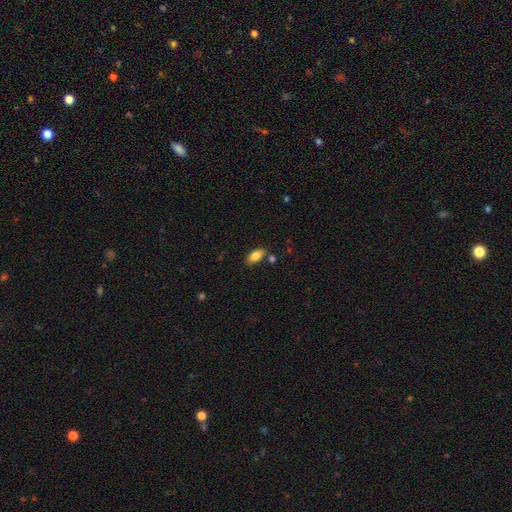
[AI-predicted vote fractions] smooth_or_featured: smooth (p=0.82) [alt: featured or disk p=0.10]
how_rounded: in between (p=0.89) [alt: cigar-shaped p=0.08]
merging: none (p=0.77) [alt: minor disturbance p=0.13]